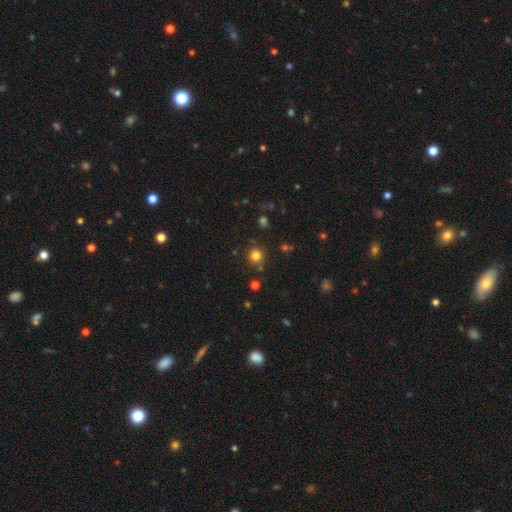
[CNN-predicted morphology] Smooth or featured? smooth (78%)
How rounded? round (89%)
Merging? none (82%)